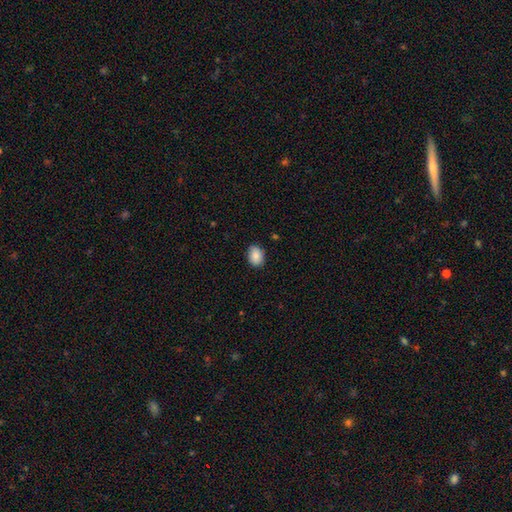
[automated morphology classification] smooth_or_featured: smooth (p=0.88) [alt: star or artifact p=0.07]
how_rounded: in between (p=0.70) [alt: round p=0.29]
merging: none (p=0.86) [alt: minor disturbance p=0.11]